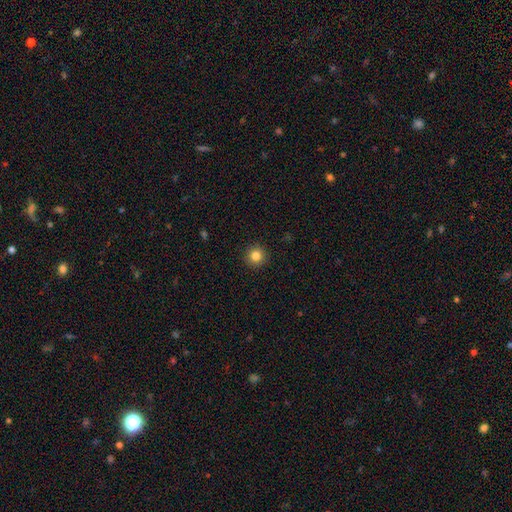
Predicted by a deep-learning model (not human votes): smooth_or_featured: smooth (p=0.84) [alt: star or artifact p=0.11]
how_rounded: round (p=0.95) [alt: in between p=0.04]
merging: none (p=0.93) [alt: minor disturbance p=0.05]